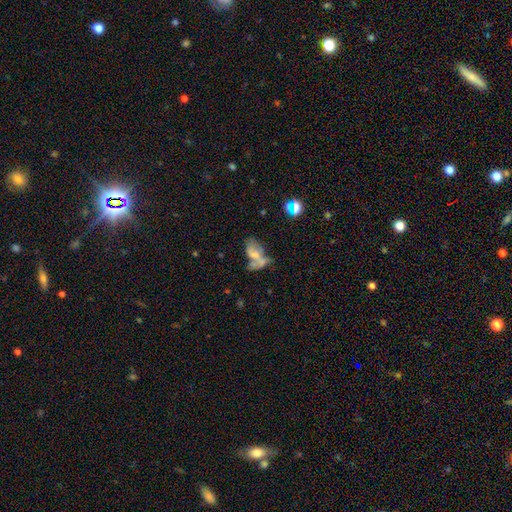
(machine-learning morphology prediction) A smooth galaxy with no disk features (44%).

Vote fractions:
- Smooth or featured? smooth: 44% / featured or disk: 41% / star or artifact: 15%
- Merging? merger: 42% / major disturbance: 22% / none: 21% / minor disturbance: 15%